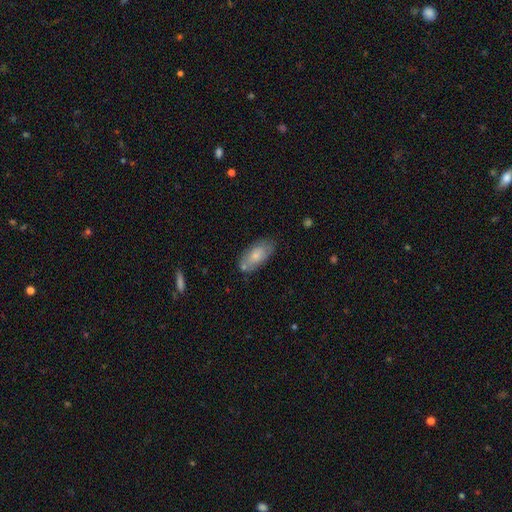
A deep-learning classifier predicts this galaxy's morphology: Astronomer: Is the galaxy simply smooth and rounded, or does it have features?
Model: smooth — 66%.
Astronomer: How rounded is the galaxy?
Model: in between — 88%.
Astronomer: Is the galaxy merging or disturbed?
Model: none — 68%.